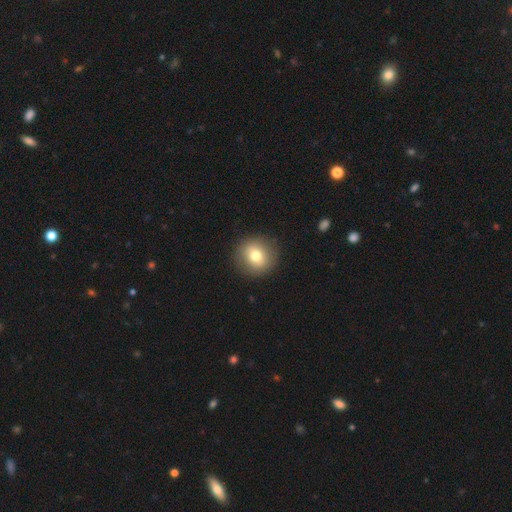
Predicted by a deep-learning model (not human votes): Q: Smooth or featured?
A: smooth (75%); runner-up: featured or disk (15%)
Q: How rounded?
A: round (90%); runner-up: in between (9%)
Q: Merging?
A: none (90%); runner-up: minor disturbance (7%)